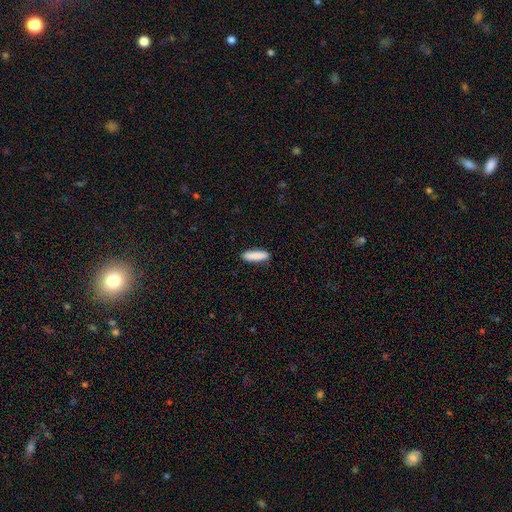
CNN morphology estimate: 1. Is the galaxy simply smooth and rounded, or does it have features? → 89% smooth, 6% featured or disk, 6% star or artifact.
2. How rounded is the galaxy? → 68% cigar-shaped, 31% in between, 2% round.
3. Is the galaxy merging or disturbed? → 89% none, 8% minor disturbance, 2% major disturbance, 1% merger.